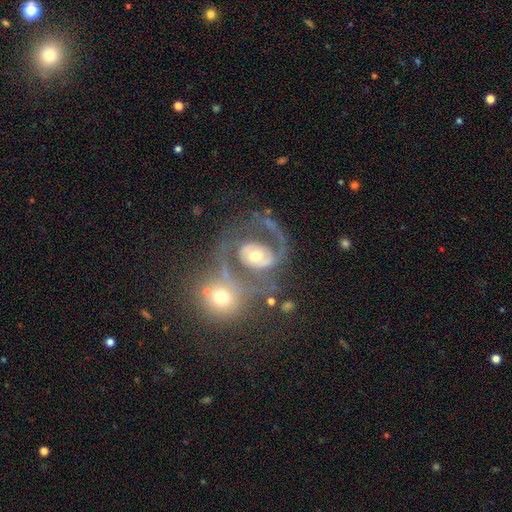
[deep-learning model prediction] smooth_or_featured: featured or disk (p=0.73) [alt: smooth p=0.19]
disk_edge_on: no (p=0.97) [alt: yes p=0.03]
bar: no (p=0.63) [alt: weak p=0.26]
has_spiral_arms: yes (p=0.75) [alt: no p=0.25]
spiral_winding: medium (p=0.47) [alt: loose p=0.28]
spiral_arm_count: 2 (p=0.68) [alt: 1 p=0.19]
bulge_size: moderate (p=0.70) [alt: small p=0.15]
merging: none (p=0.36) [alt: merger p=0.33]